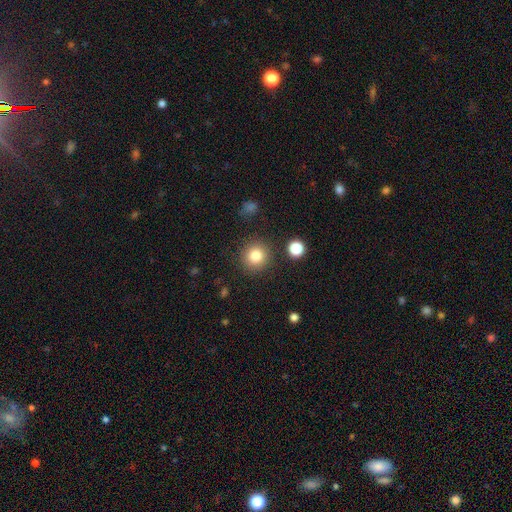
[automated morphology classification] This is clearly a smooth galaxy (82%). How rounded: clearly round (93%). Merging: clearly none (88%).